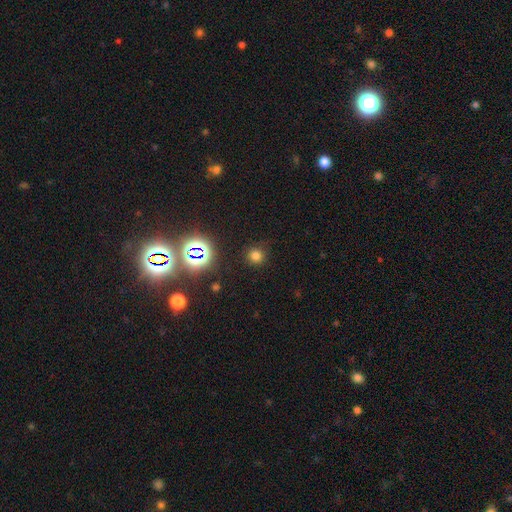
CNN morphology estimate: Smooth or featured: smooth — 71% (star or artifact — 23%)
How rounded: round — 92% (in between — 7%)
Merging: none — 87% (minor disturbance — 8%)